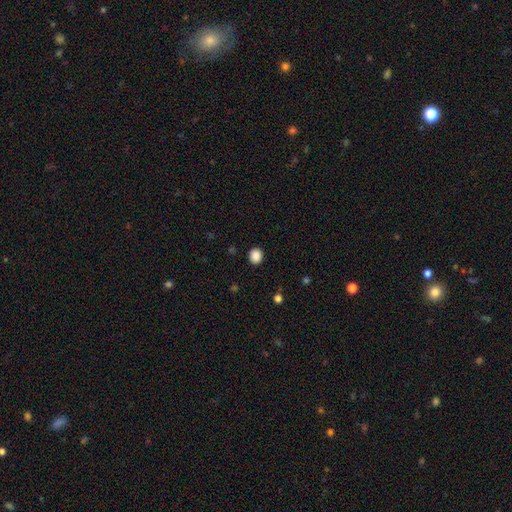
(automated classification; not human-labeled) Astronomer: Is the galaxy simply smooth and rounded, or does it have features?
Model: smooth — 88%.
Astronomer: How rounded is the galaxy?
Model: round — 75%.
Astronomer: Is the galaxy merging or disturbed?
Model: none — 91%.